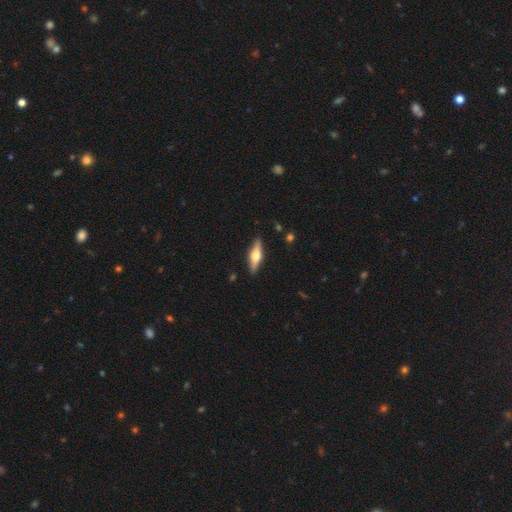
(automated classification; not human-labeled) Smooth or featured? Predicted: featured or disk (p=0.61). Edge-on disk? Predicted: yes (p=0.95). Edge-on bulge? Predicted: rounded (p=0.94). Merging? Predicted: none (p=0.90).